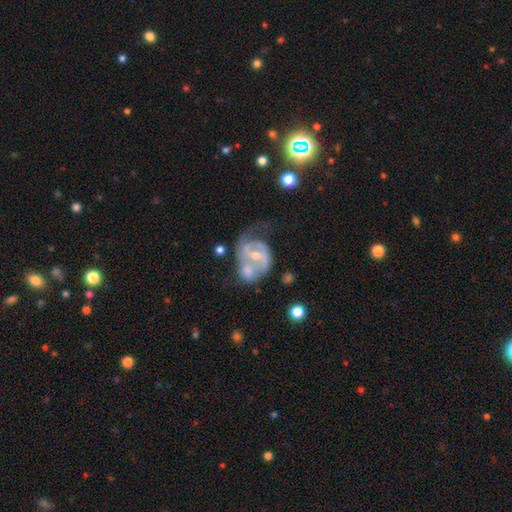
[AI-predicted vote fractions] A featured or disk galaxy (76%) with a weak bar (45%), 2 (72%) medium (48%) spiral arms (81%) and a moderate central bulge (51%). Merging: merger (40%).